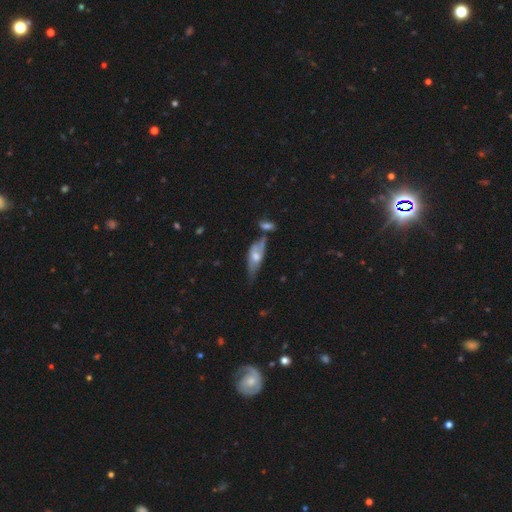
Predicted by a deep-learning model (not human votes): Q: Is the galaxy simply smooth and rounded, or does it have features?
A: smooth — 48%.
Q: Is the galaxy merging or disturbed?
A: none — 34%.